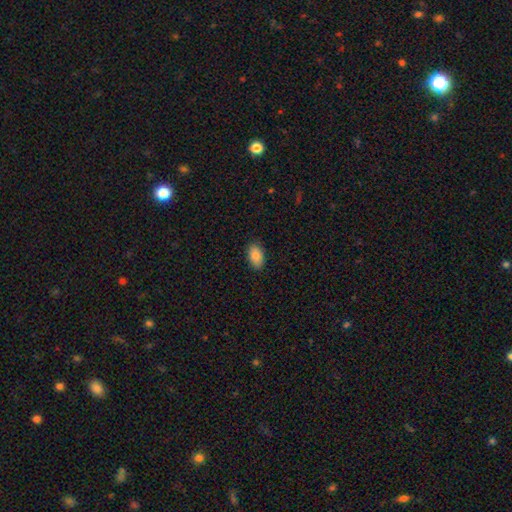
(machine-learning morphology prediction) This is clearly a smooth galaxy (86%). How rounded: clearly in between (93%). Merging: clearly none (88%).